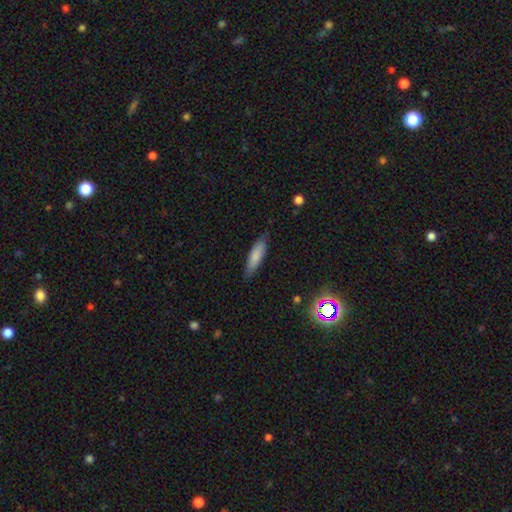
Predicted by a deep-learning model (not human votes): Smooth or featured: smooth — 81% (featured or disk — 13%)
How rounded: cigar-shaped — 63% (in between — 35%)
Merging: none — 79% (minor disturbance — 17%)